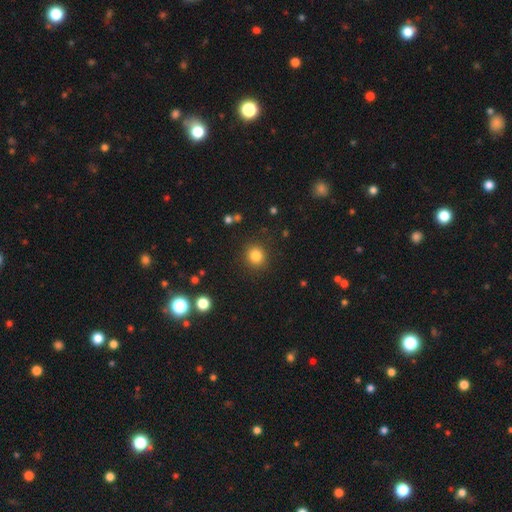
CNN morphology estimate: A smooth galaxy with no disk features (83%) that is round (89%).

Vote fractions:
- Smooth or featured? smooth: 83% / star or artifact: 12% / featured or disk: 5%
- How rounded? round: 89% / in between: 10% / cigar-shaped: 1%
- Merging? none: 89% / minor disturbance: 7% / major disturbance: 3% / merger: 1%